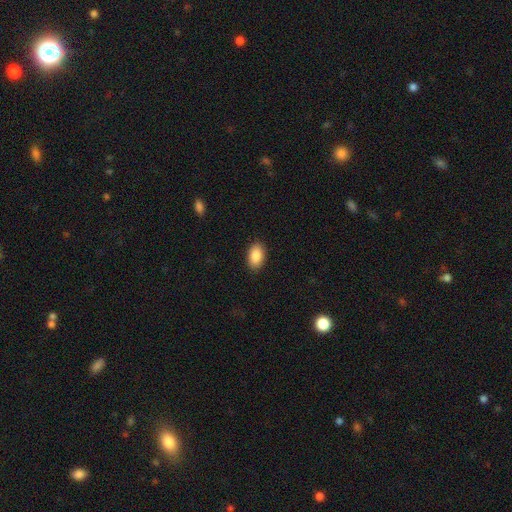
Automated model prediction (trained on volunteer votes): smooth-or-featured: smooth: 88% | star or artifact: 7% | featured or disk: 4%
  how-rounded: in between: 93% | round: 6% | cigar-shaped: 2%
  merging: none: 89% | minor disturbance: 8% | major disturbance: 2% | merger: 1%